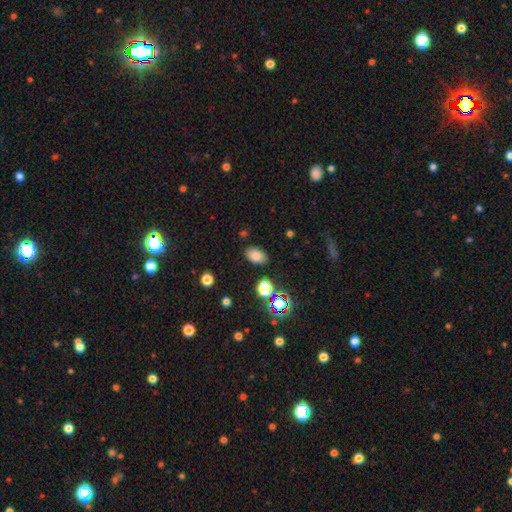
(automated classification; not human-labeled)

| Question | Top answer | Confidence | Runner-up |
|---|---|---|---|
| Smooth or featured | smooth | 80% | star or artifact (14%) |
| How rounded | in between | 86% | round (12%) |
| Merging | none | 84% | minor disturbance (11%) |